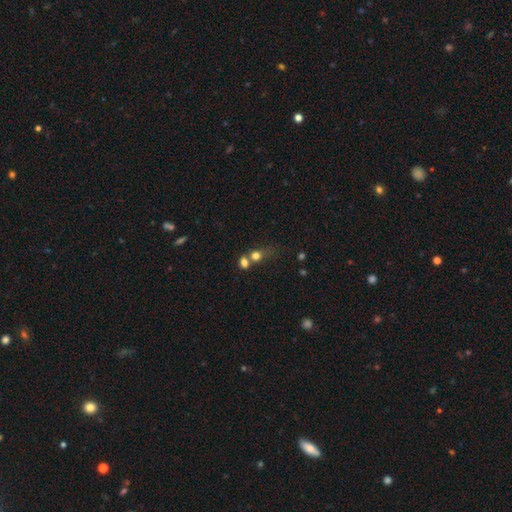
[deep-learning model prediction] This appears to be a smooth galaxy with no disk features (73%) that is round (61%). Merging: merger (55%).